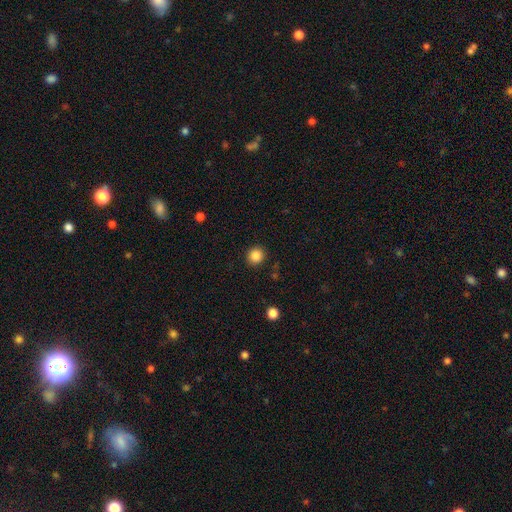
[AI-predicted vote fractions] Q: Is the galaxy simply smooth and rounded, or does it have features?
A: smooth — 85%.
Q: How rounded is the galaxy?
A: round — 92%.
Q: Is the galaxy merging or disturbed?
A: none — 91%.